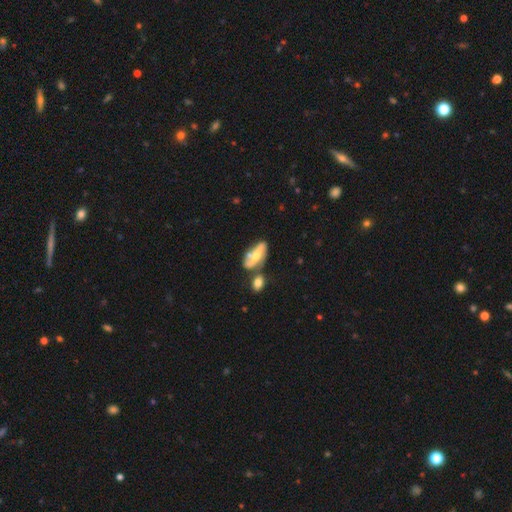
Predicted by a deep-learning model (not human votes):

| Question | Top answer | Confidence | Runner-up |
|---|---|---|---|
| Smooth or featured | featured or disk | 59% | smooth (34%) |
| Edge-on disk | no | 84% | yes (16%) |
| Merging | none | 47% | merger (26%) |